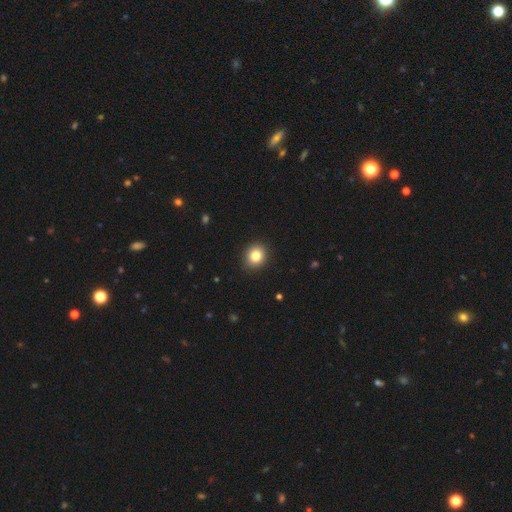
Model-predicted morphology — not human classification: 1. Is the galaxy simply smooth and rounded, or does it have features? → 84% smooth, 10% star or artifact, 6% featured or disk.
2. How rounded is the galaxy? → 79% round, 20% in between, 1% cigar-shaped.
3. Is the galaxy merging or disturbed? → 90% none, 7% minor disturbance, 2% major disturbance, 1% merger.